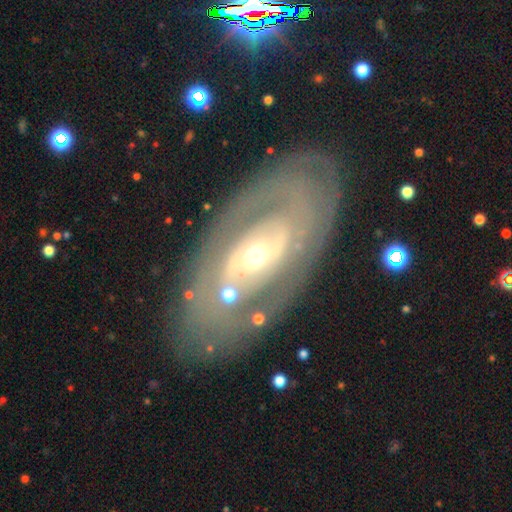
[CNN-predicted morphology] Overall: featured or disk (77%). Edge-on disk: no (90%). Bar: no (56%; weak 26%). Spiral arms: no (55%; yes 45%). Bulge size: moderate (58%; small 34%). Merging: none (77%).